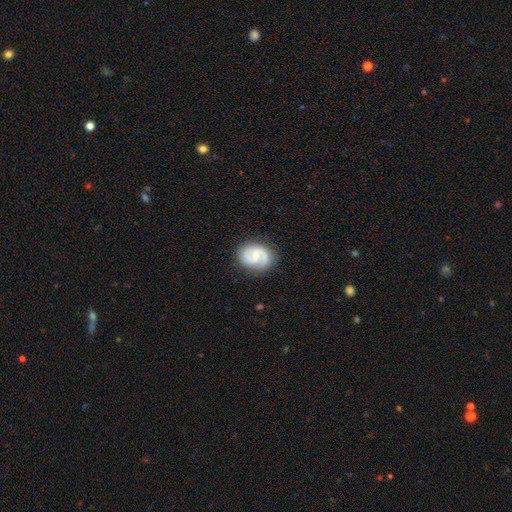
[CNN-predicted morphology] featured or disk 78%, smooth 16%, star or artifact 5%. Down the decision tree: edge-on disk — no (98%); bar — weak (51%); spiral arms — yes (96%); spiral arm count — 2 (86%); spiral winding — medium (50%); bulge size — small (58%); merging — none (80%).